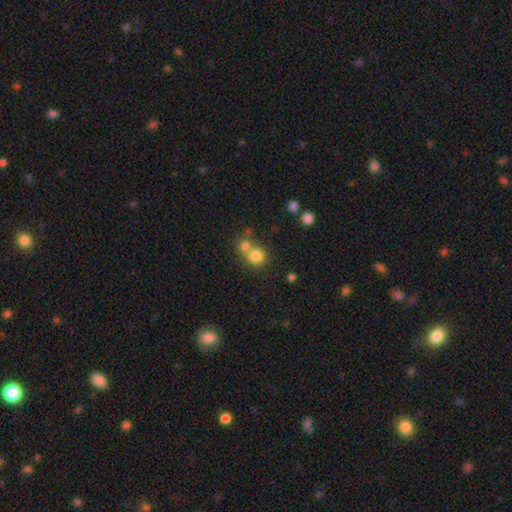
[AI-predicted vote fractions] A smooth galaxy with no disk features (78%) that is round (86%). Merging: merger (46%).